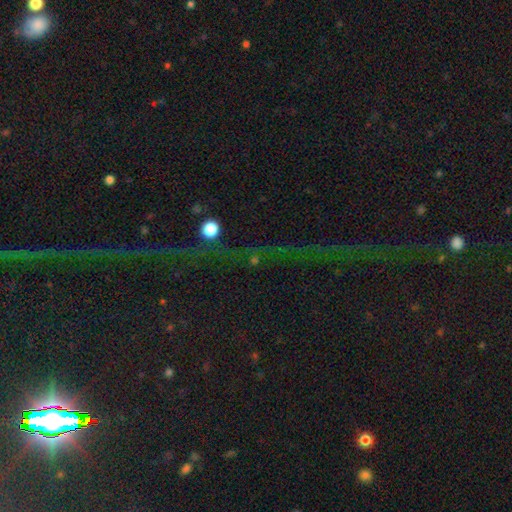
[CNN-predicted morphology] Smooth or featured? star or artifact (77%)